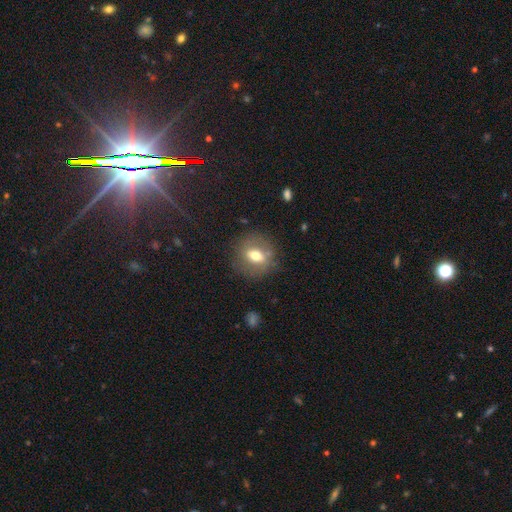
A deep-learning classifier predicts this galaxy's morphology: Smooth or featured: smooth — 60% (featured or disk — 30%)
How rounded: round — 61% (in between — 37%)
Merging: none — 79% (minor disturbance — 13%)